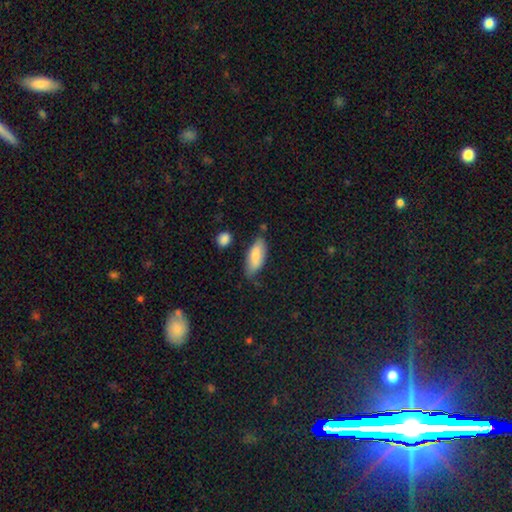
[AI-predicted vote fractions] This appears to be a smooth galaxy with no disk features (79%) that is in between round and cigar-shaped (77%). Merging: none (66%).